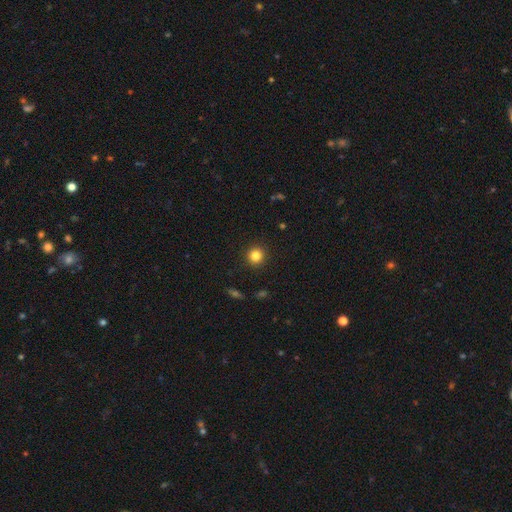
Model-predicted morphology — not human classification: type=smooth (83%); roundness=round (94%); merging=none (92%).